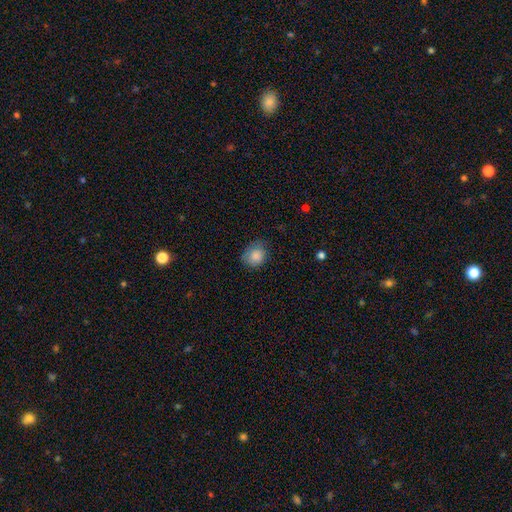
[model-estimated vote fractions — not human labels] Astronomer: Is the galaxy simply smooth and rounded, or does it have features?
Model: smooth — 85%.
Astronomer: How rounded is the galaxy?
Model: round — 61% (runner-up: in between, 38%).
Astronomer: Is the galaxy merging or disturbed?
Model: none — 66%.